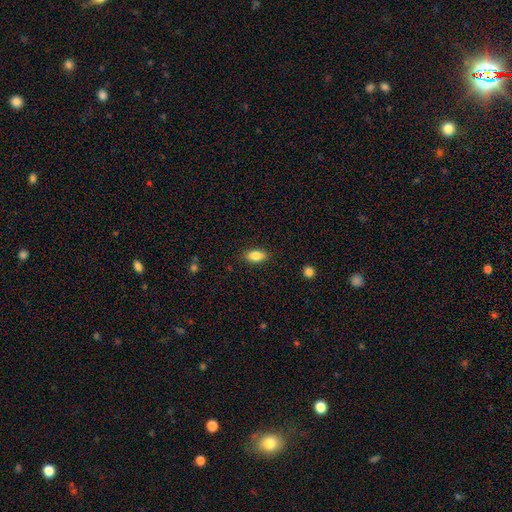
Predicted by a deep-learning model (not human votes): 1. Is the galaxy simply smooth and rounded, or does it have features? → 85% smooth, 8% star or artifact, 7% featured or disk.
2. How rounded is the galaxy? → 89% in between, 6% round, 5% cigar-shaped.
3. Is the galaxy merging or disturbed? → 86% none, 10% minor disturbance, 3% major disturbance, 1% merger.